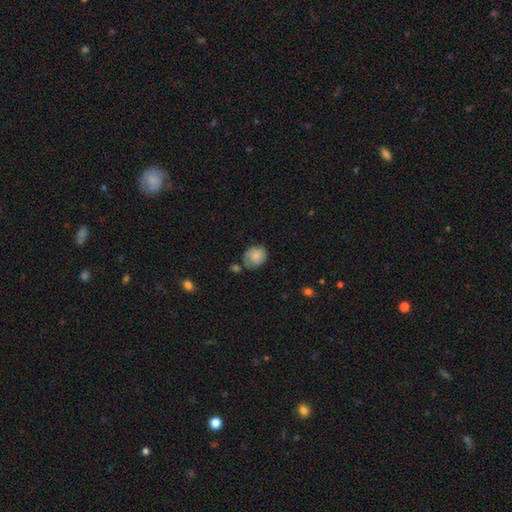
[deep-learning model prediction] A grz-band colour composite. It shows a smooth galaxy with no disk features (75%) that is round (63%). Merging: none (57%).